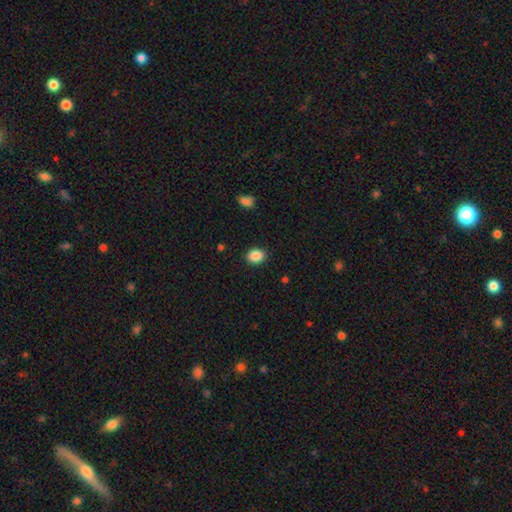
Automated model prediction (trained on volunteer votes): Q: Smooth or featured?
A: smooth (88%); runner-up: star or artifact (9%)
Q: How rounded?
A: in between (58%); runner-up: round (41%)
Q: Merging?
A: none (88%); runner-up: minor disturbance (8%)